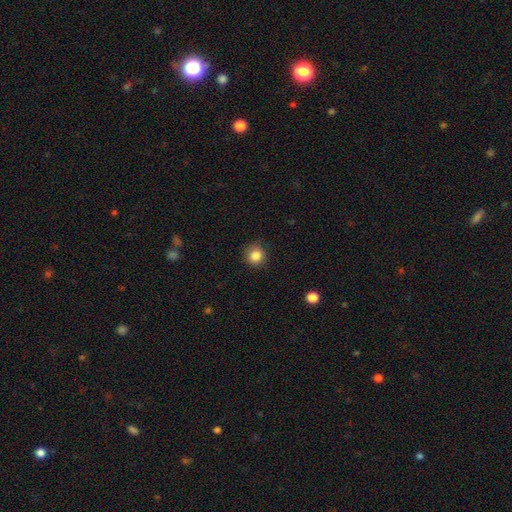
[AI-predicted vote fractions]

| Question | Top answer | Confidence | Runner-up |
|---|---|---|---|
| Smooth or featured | smooth | 85% | star or artifact (11%) |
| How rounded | round | 92% | in between (7%) |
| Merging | none | 88% | minor disturbance (9%) |